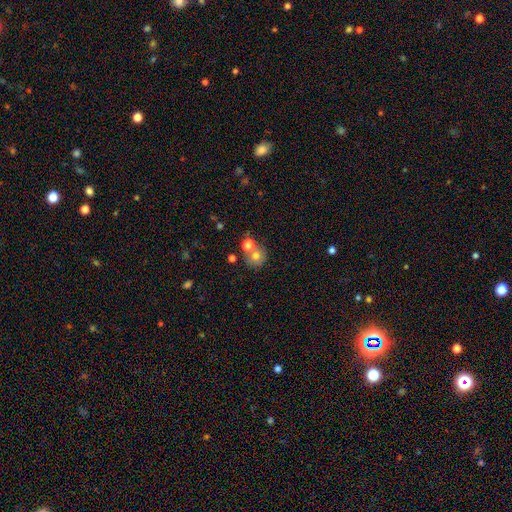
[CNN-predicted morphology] A smooth galaxy with no disk features (70%) that is round (84%). Merging: none (52%).